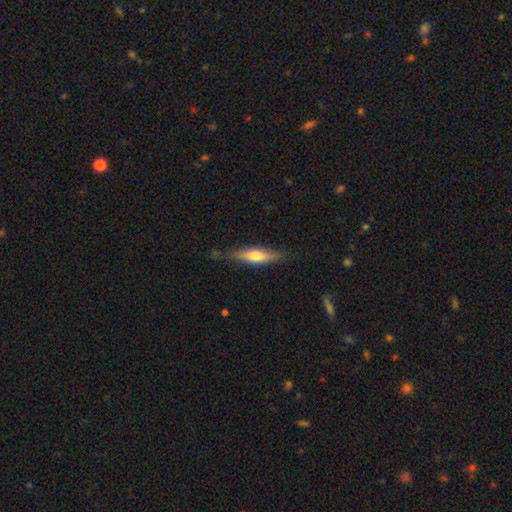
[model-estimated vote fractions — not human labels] Overall: smooth (56%; featured or disk 38%). How rounded: cigar-shaped (69%). Merging: none (73%).